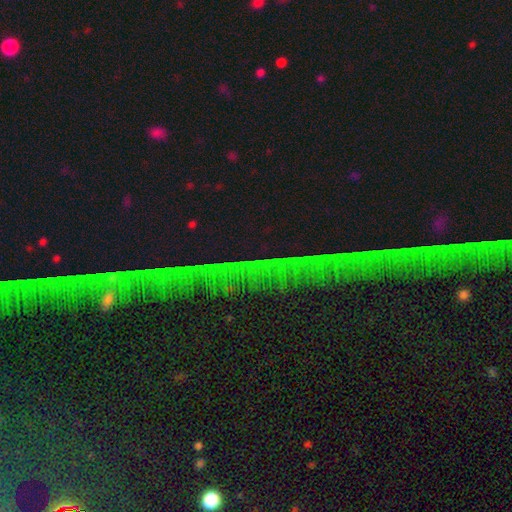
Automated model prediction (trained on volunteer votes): A star or artifact, not a galaxy (79%).

Vote fractions:
- Smooth or featured? star or artifact: 79% / featured or disk: 12% / smooth: 10%